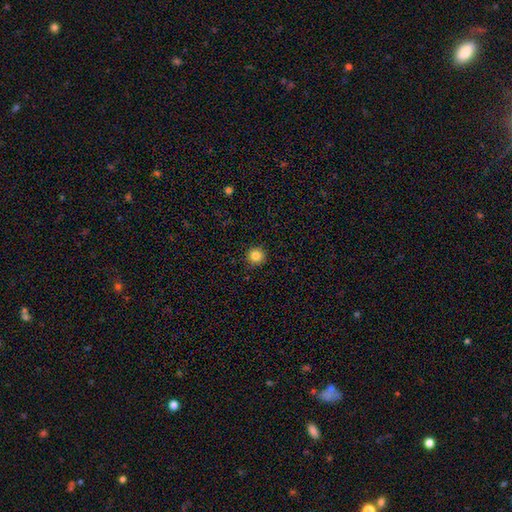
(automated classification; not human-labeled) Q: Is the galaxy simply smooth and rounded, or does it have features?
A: smooth — 84%.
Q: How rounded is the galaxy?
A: round — 95%.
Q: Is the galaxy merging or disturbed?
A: none — 91%.